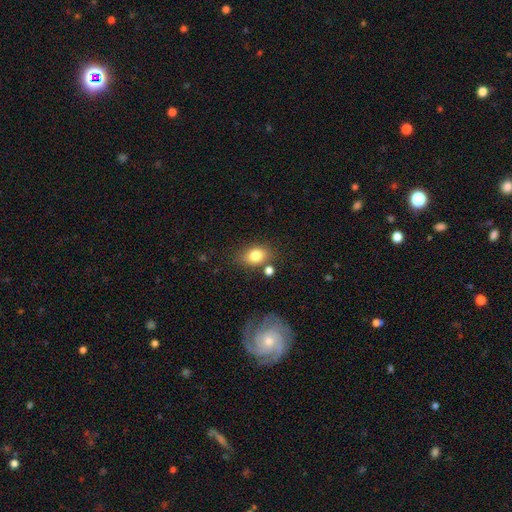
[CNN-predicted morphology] Overall: smooth (80%). How rounded: in between (69%; round 30%). Merging: none (73%).